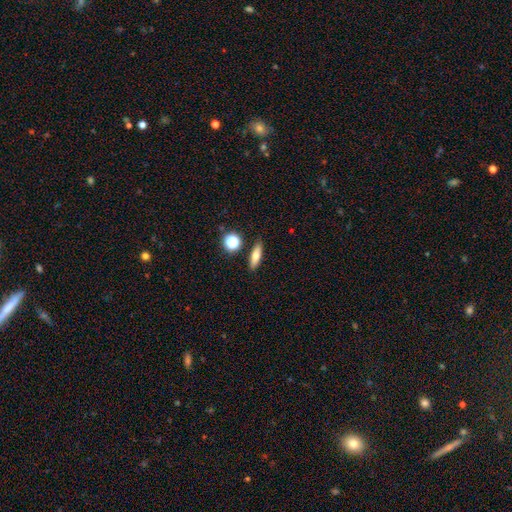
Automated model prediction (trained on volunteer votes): smooth-or-featured: smooth: 67% | featured or disk: 23% | star or artifact: 10%
  how-rounded: cigar-shaped: 51% | in between: 41% | round: 7%
  merging: none: 84% | minor disturbance: 9% | merger: 4% | major disturbance: 2%